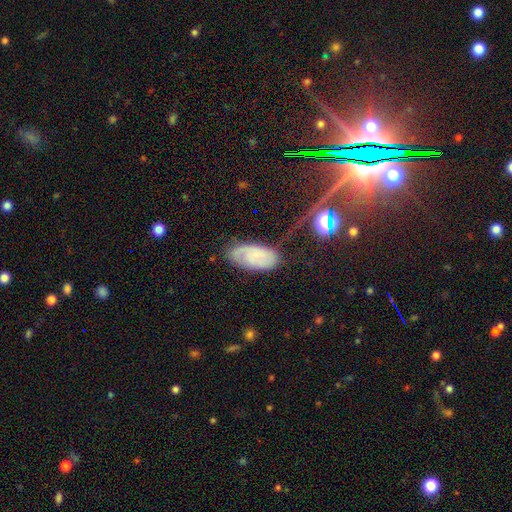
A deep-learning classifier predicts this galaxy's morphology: Smooth or featured? smooth (51%)
How rounded? in between (92%)
Merging? none (66%)